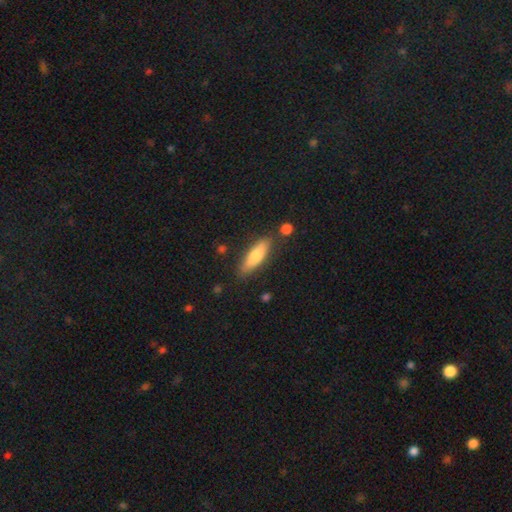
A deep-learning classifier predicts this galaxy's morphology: This is likely a smooth galaxy (73%). How rounded: likely cigar-shaped (64%). Merging: clearly none (81%).